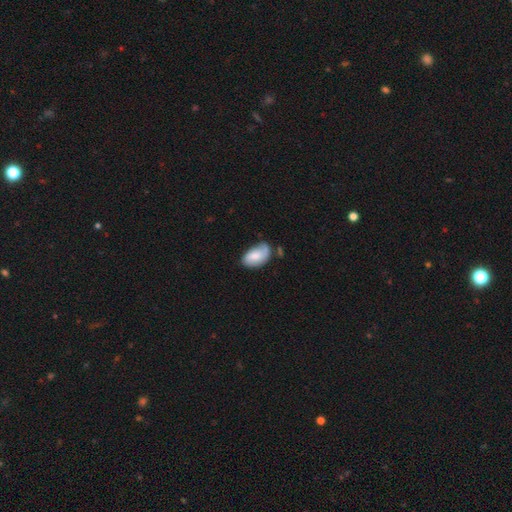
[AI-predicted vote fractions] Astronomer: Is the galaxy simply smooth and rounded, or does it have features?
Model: smooth — 58% (runner-up: featured or disk, 35%).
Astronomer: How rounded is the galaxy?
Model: in between — 92%.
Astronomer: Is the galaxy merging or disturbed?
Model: none — 49% (runner-up: minor disturbance, 34%).